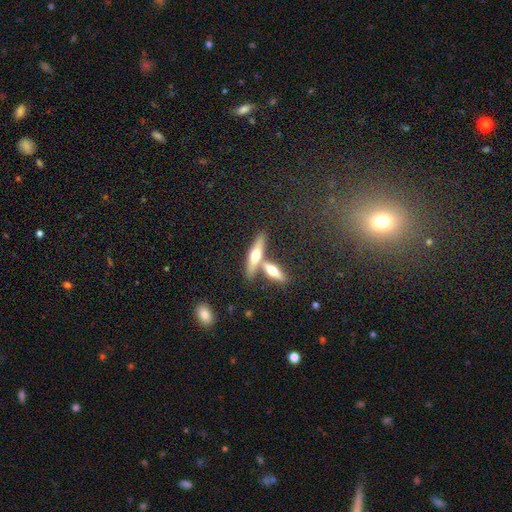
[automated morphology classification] Smooth or featured: featured or disk — 51% (smooth — 41%)
Edge-on disk: yes — 90% (no — 10%)
Merging: none — 60% (merger — 28%)